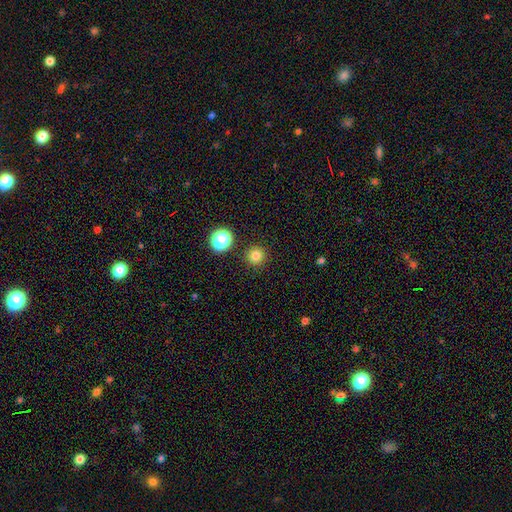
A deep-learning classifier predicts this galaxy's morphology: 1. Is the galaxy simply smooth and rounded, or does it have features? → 81% smooth, 14% star or artifact, 5% featured or disk.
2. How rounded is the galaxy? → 95% round, 4% in between, 1% cigar-shaped.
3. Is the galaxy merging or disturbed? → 91% none, 5% minor disturbance, 2% merger, 2% major disturbance.